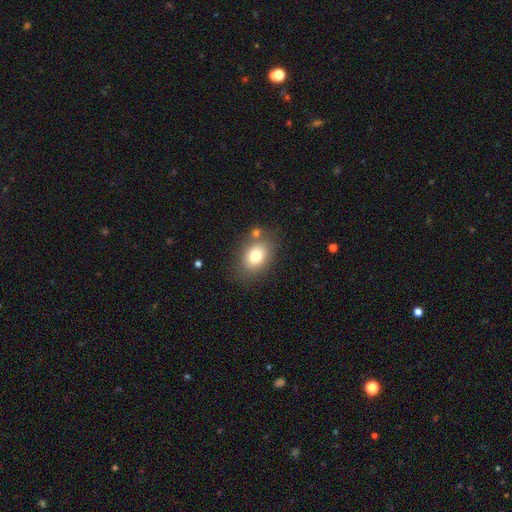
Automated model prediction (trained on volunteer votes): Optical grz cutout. It shows a smooth galaxy with no disk features (78%) that is in between round and cigar-shaped (71%). Merging: none (75%).